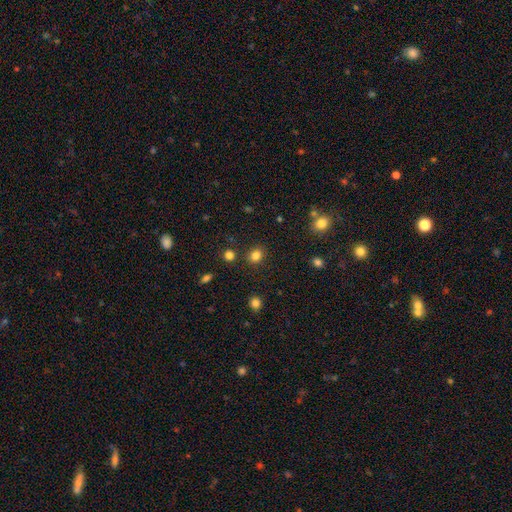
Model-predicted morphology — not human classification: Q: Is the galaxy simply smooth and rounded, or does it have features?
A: smooth — 82%.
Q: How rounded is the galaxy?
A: round — 68%.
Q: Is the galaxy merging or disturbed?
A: none — 85%.